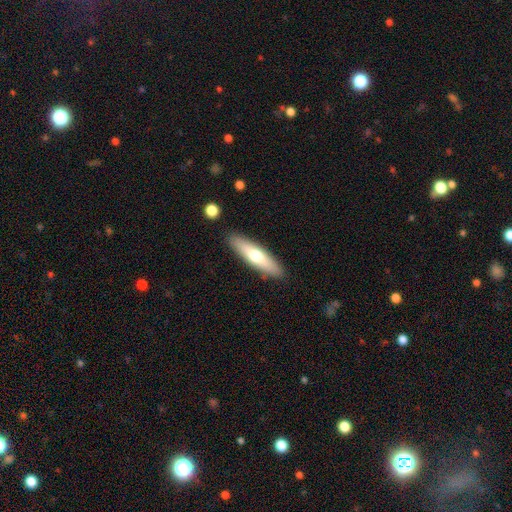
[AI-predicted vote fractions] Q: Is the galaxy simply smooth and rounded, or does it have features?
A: smooth — 61%.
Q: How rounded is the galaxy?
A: cigar-shaped — 71%.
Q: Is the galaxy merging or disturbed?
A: none — 89%.